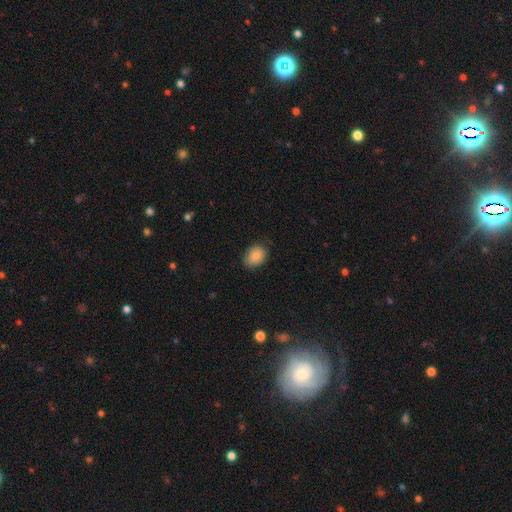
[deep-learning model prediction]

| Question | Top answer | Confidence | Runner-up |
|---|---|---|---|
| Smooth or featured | smooth | 86% | star or artifact (8%) |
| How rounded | in between | 68% | round (31%) |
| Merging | none | 78% | minor disturbance (18%) |